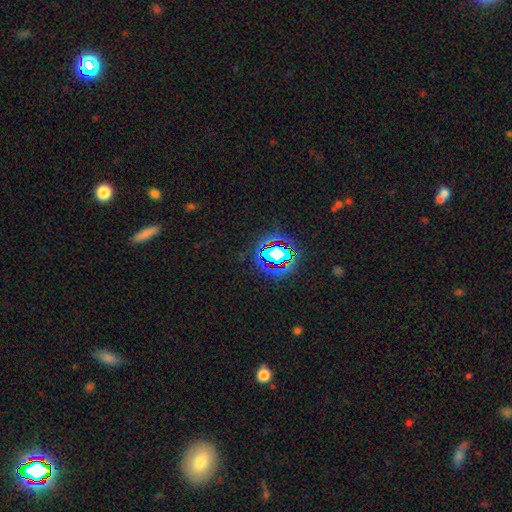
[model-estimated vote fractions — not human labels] This is likely a star or artifact rather than a galaxy (75%).